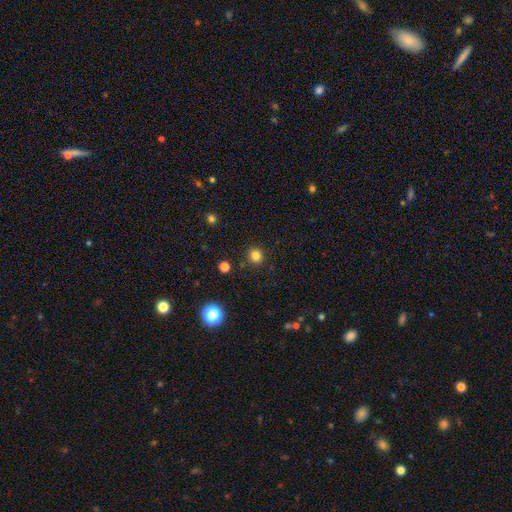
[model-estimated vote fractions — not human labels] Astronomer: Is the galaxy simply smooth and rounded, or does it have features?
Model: smooth — 82%.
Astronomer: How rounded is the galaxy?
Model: round — 86%.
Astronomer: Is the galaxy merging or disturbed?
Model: none — 88%.